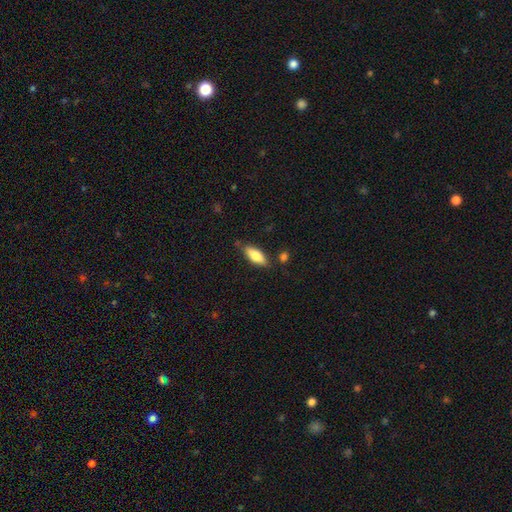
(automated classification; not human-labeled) A smooth galaxy with no disk features (79%) that is in between round and cigar-shaped (72%). Merging: none (77%).